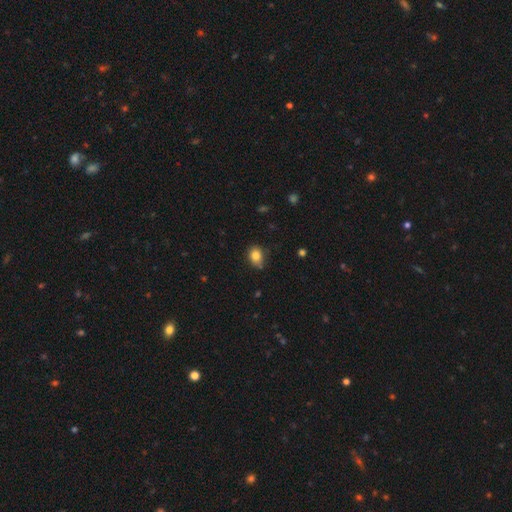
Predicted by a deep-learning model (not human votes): Smooth or featured: smooth — 83% (star or artifact — 10%)
How rounded: in between — 52% (round — 46%)
Merging: none — 67% (minor disturbance — 26%)